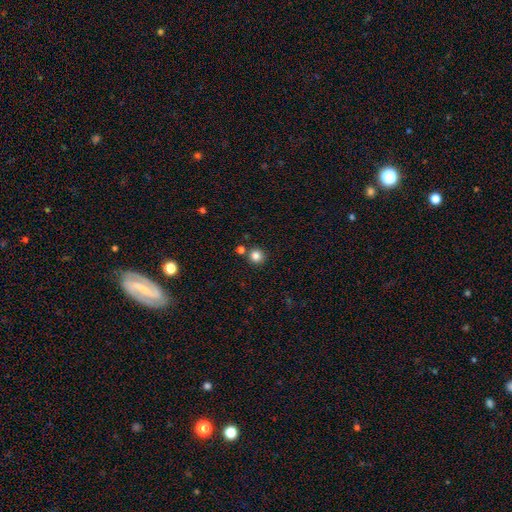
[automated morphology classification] Smooth or featured: smooth — 84% (star or artifact — 12%)
How rounded: round — 92% (in between — 7%)
Merging: none — 81% (merger — 9%)